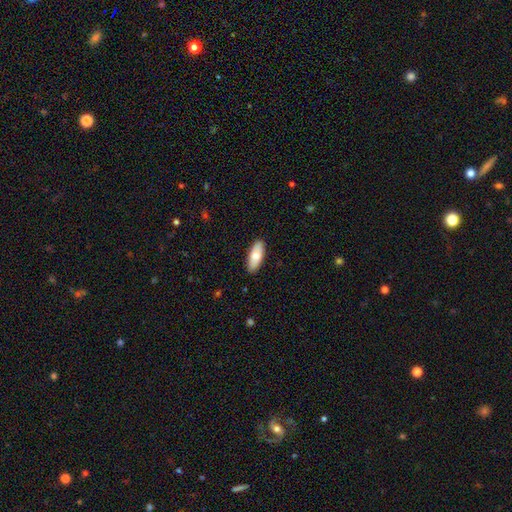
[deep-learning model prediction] The model was most divided on "smooth or featured": smooth: 75%, featured or disk: 19%, star or artifact: 6%. More confident: merging — none (88%); how rounded — in between (77%).